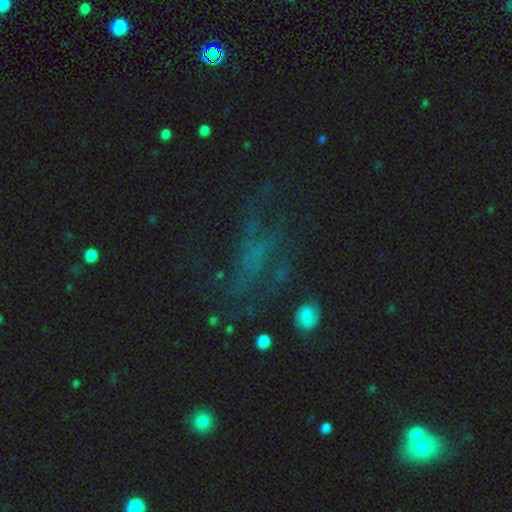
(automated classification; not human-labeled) Morphology: type=featured or disk (45%); merging=none (47%).